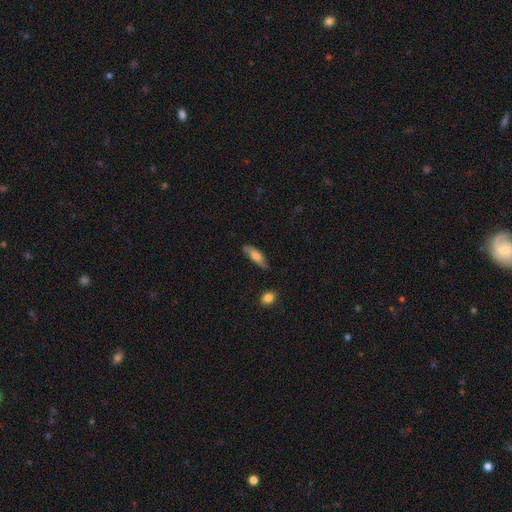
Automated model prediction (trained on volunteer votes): This appears to be a smooth galaxy with no disk features (66%) that is in between round and cigar-shaped (55%). Merging: none (70%).